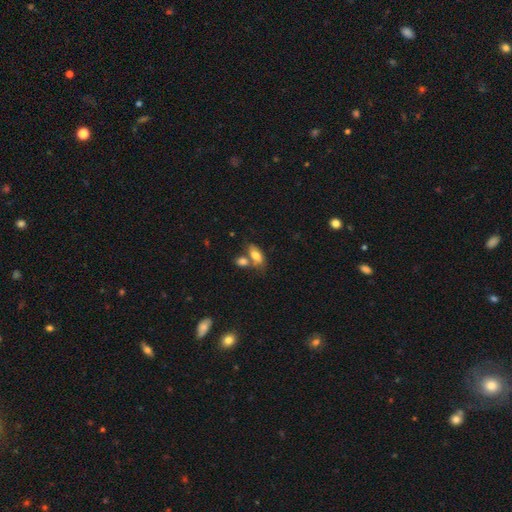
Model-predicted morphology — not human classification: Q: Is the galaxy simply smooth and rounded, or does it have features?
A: smooth — 75%.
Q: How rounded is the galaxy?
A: in between — 86%.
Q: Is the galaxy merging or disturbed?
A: none — 46%.